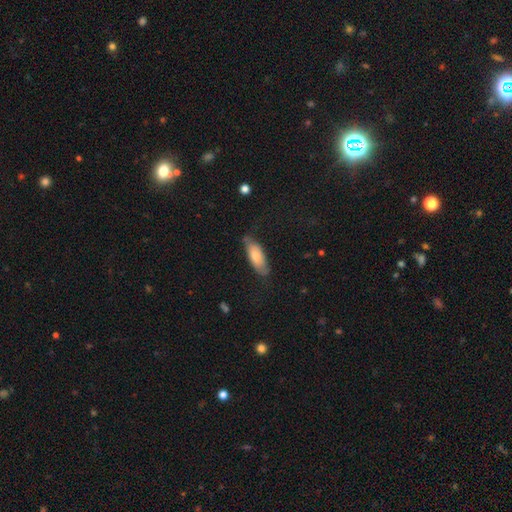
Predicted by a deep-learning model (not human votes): Smooth or featured: smooth — 67% (featured or disk — 27%)
How rounded: in between — 70% (cigar-shaped — 28%)
Merging: none — 69% (minor disturbance — 24%)